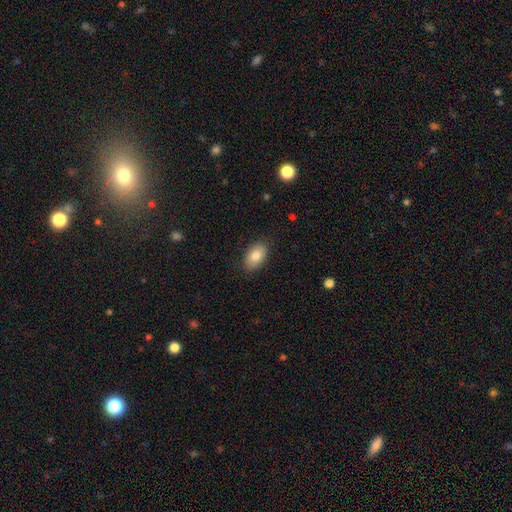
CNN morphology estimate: smooth-or-featured: smooth: 81% | featured or disk: 11% | star or artifact: 7%
  how-rounded: in between: 90% | round: 8% | cigar-shaped: 1%
  merging: none: 86% | minor disturbance: 11% | major disturbance: 2% | merger: 1%